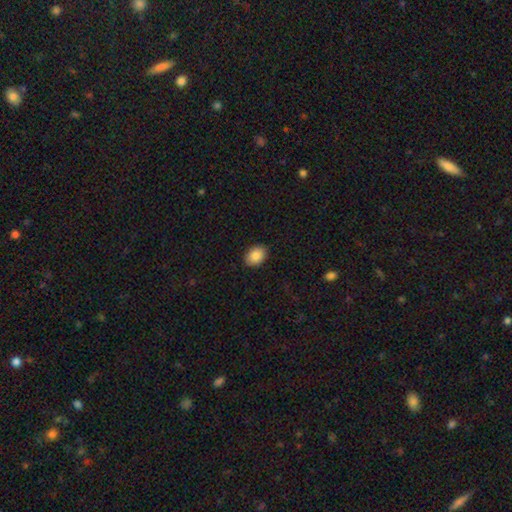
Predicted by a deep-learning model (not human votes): This is clearly a smooth galaxy (88%). How rounded: likely in between (77%). Merging: clearly none (88%).